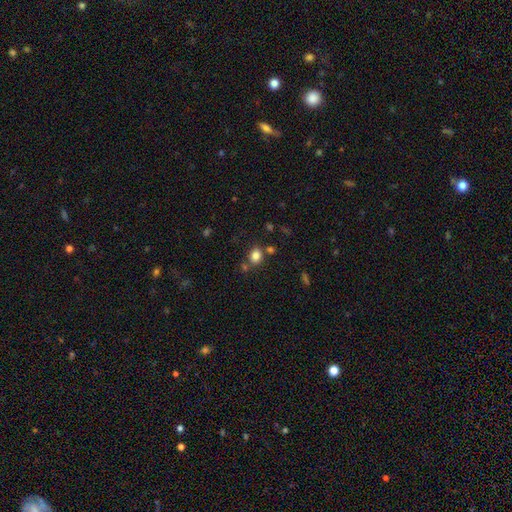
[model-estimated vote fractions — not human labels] A smooth galaxy with no disk features (82%) that is round (60%).

Vote fractions:
- Smooth or featured? smooth: 82% / star or artifact: 13% / featured or disk: 6%
- How rounded? round: 60% / in between: 39% / cigar-shaped: 1%
- Merging? none: 72% / merger: 12% / minor disturbance: 11% / major disturbance: 4%